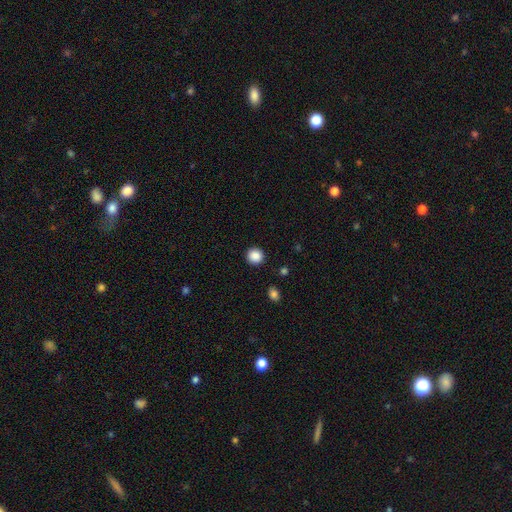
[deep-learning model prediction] Q: Smooth or featured?
A: smooth (88%); runner-up: star or artifact (9%)
Q: How rounded?
A: round (92%); runner-up: in between (7%)
Q: Merging?
A: none (91%); runner-up: minor disturbance (5%)